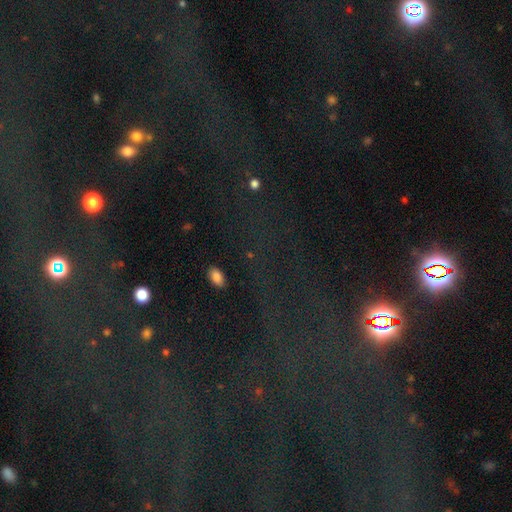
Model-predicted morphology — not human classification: This is likely a star or artifact rather than a galaxy (75%).